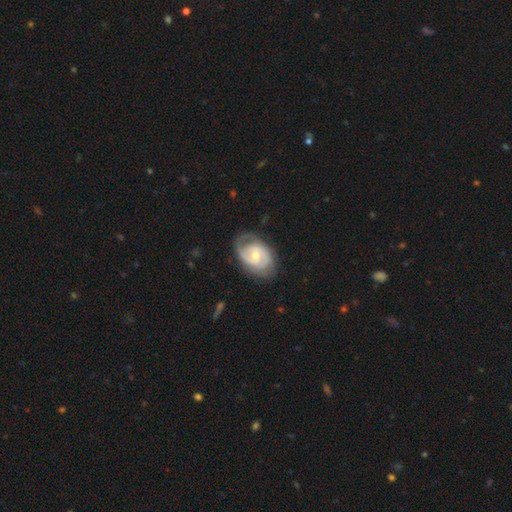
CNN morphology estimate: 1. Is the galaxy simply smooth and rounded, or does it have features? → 78% featured or disk, 17% smooth, 5% star or artifact.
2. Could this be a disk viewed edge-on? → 97% no, 3% yes.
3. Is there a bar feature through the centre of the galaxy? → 56% no, 37% weak, 8% strong.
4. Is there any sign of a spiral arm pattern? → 88% yes, 12% no.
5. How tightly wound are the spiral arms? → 53% tight, 35% medium, 12% loose.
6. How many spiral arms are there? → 61% 2, 22% can't tell, 7% 1, 7% 3, 2% 4, 2% more than 4.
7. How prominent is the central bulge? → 52% moderate, 44% small, 3% large, 1% none, 1% dominant.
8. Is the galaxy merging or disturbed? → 66% none, 22% minor disturbance, 11% major disturbance, 1% merger.